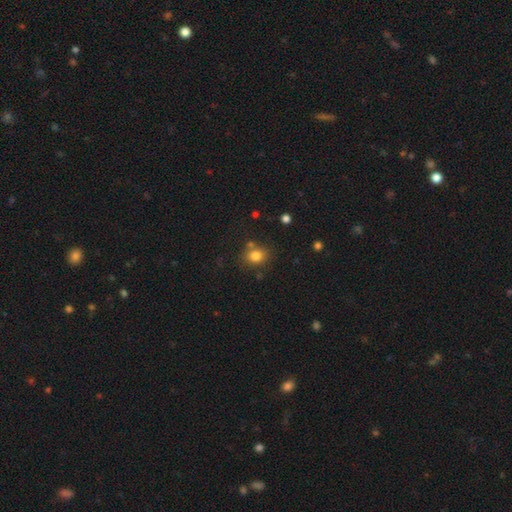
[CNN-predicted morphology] smooth 81%, star or artifact 12%, featured or disk 7%. Down the decision tree: how rounded — round (61%); merging — none (74%).